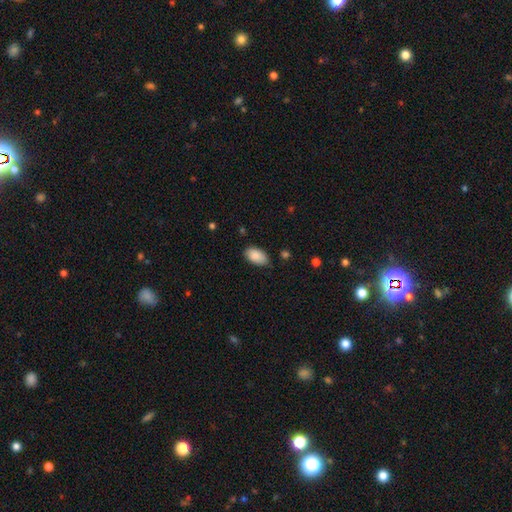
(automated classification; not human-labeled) Smooth or featured?
  - smooth: 89% *
  - star or artifact: 6%
  - featured or disk: 5%
How rounded?
  - in between: 95% *
  - round: 4%
  - cigar-shaped: 2%
Merging?
  - none: 81% *
  - minor disturbance: 15%
  - major disturbance: 3%
  - merger: 1%